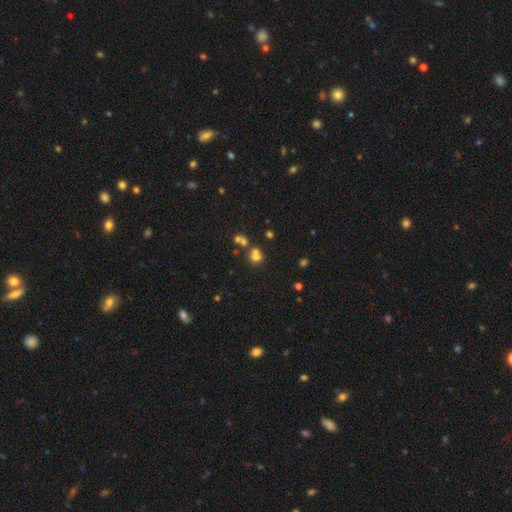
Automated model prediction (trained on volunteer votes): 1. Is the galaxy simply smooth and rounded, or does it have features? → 56% smooth, 24% star or artifact, 20% featured or disk.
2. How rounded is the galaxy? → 78% round, 21% in between, 1% cigar-shaped.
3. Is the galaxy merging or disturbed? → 49% merger, 39% none, 8% minor disturbance, 5% major disturbance.